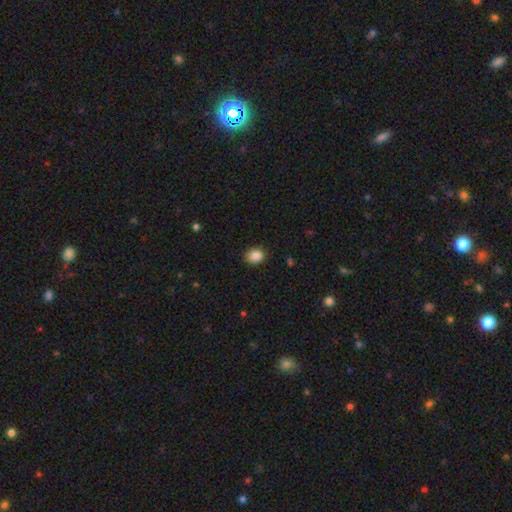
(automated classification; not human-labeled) Morphology: type=smooth (87%); roundness=round (55%); merging=none (87%).